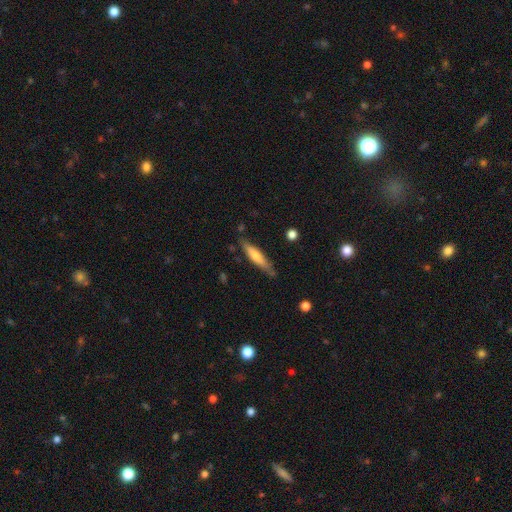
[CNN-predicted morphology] This is possibly a smooth galaxy (58%). How rounded: clearly cigar-shaped (85%). Merging: likely none (76%).